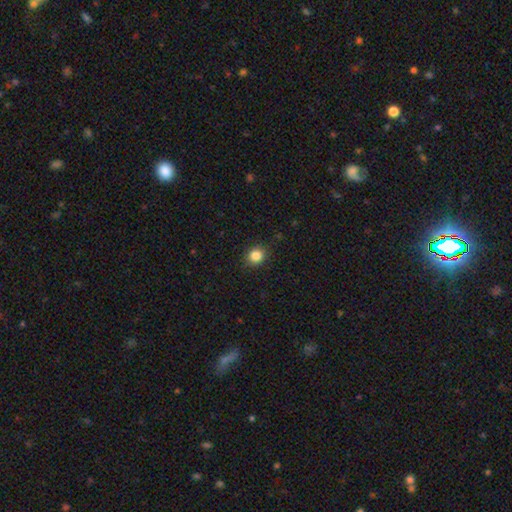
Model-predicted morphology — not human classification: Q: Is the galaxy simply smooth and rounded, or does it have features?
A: smooth — 85%.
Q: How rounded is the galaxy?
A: round — 79%.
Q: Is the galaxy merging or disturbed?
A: none — 90%.